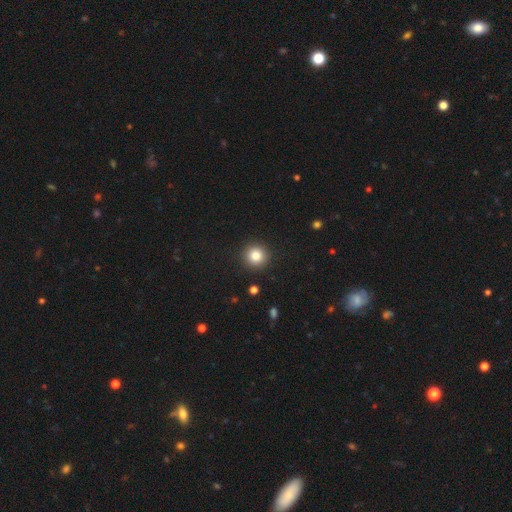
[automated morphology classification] A smooth galaxy with no disk features (83%) that is round (95%). Merging: none (92%).